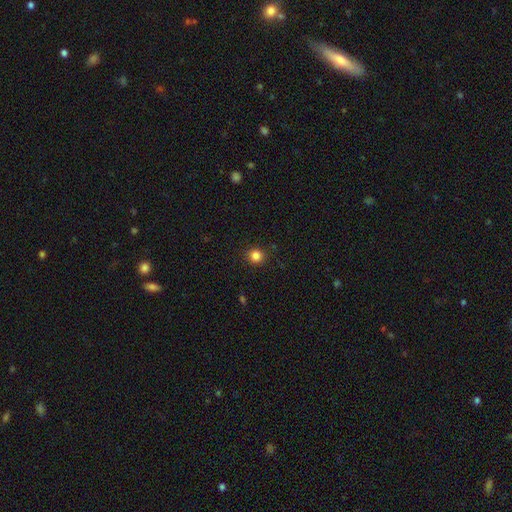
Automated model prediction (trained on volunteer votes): Q: Smooth or featured?
A: smooth (84%); runner-up: star or artifact (12%)
Q: How rounded?
A: round (90%); runner-up: in between (9%)
Q: Merging?
A: none (90%); runner-up: minor disturbance (7%)